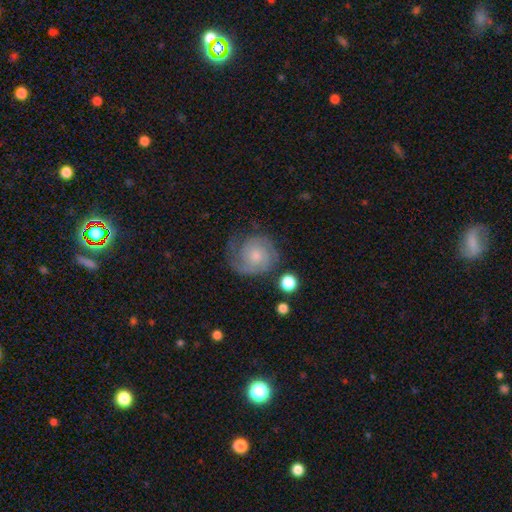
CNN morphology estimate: Overall: featured or disk (68%). Edge-on disk: no (98%). Bar: no (75%). Spiral arms: yes (92%). Spiral arm count: 2 (41%; can't tell 25%). Spiral winding: tight (56%; medium 32%). Bulge size: small (46%; moderate 38%). Merging: none (61%; minor disturbance 22%).